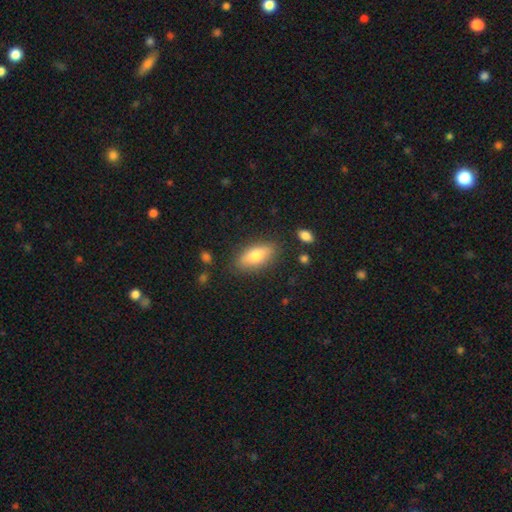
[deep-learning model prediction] This appears to be a smooth galaxy with no disk features (69%) that is in between round and cigar-shaped (78%). Merging: none (83%).